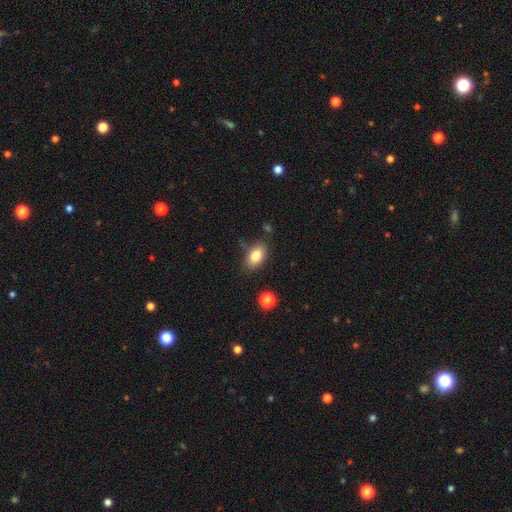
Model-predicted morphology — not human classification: This appears to be a smooth galaxy with no disk features (81%) that is in between round and cigar-shaped (88%). Merging: none (78%).